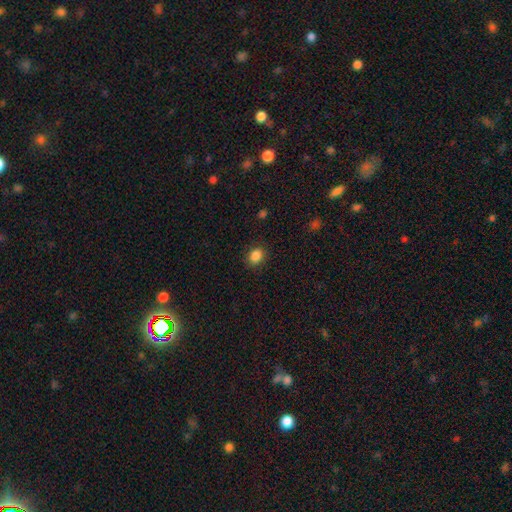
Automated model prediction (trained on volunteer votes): This is clearly a smooth galaxy (86%). How rounded: possibly round (56%). Merging: clearly none (88%).